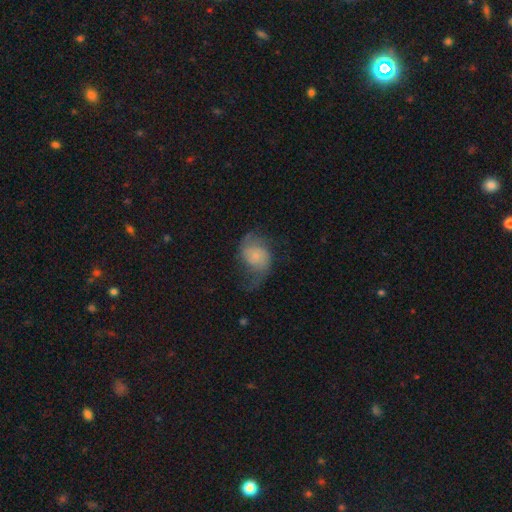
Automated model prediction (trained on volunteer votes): Morphology: type=featured or disk (62%); edge-on=no (98%); bar=no (71%); spiral arms=yes (90%); winding=loose (60%); arm count=2 (86%); bulge=small (60%); merging=none (50%).